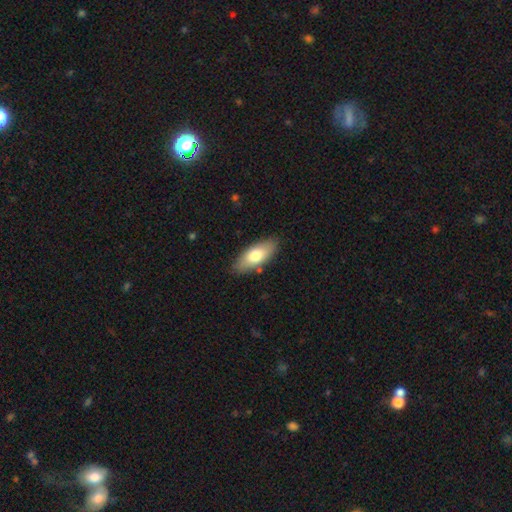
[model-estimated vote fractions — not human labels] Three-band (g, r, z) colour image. It shows a smooth galaxy with no disk features (73%) that is in between round and cigar-shaped (81%). Merging: none (85%).